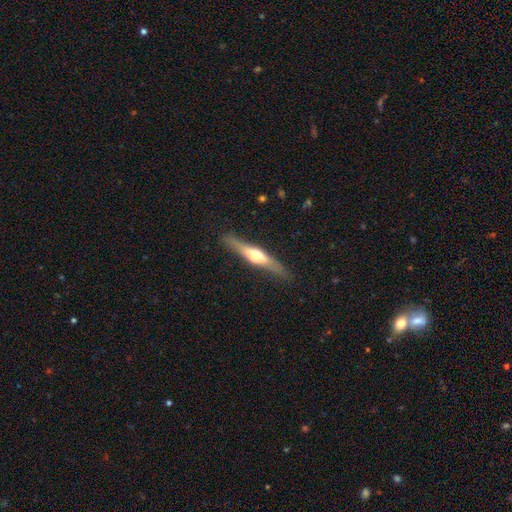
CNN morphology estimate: Overall: featured or disk (64%; smooth 30%). Edge-on disk: yes (94%). Edge-on bulge: rounded (89%). Merging: none (87%).